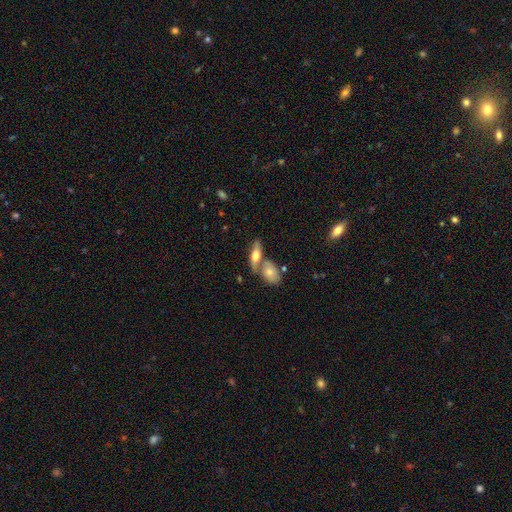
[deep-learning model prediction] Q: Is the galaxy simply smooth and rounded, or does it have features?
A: smooth — 53%.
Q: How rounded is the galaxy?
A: in between — 57%.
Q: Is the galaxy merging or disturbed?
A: none — 49%.